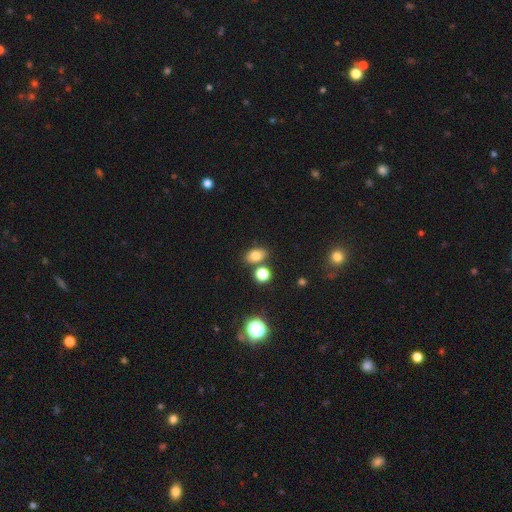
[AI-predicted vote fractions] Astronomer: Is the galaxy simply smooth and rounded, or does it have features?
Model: smooth — 77%.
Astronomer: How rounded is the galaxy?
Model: in between — 73%.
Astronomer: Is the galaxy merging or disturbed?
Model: none — 72%.